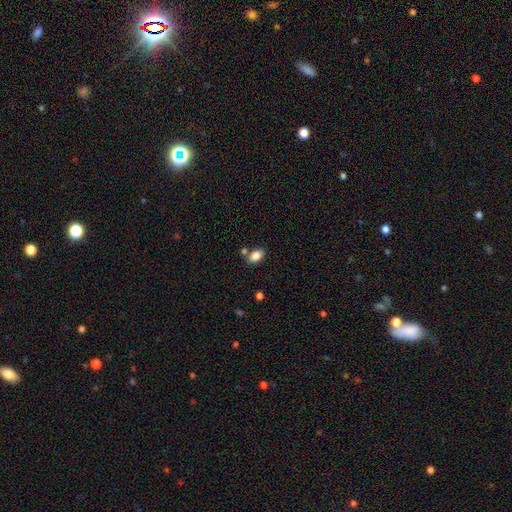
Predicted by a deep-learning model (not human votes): Smooth or featured? Predicted: smooth (p=0.85). How rounded? Predicted: in between (p=0.88). Merging? Predicted: none (p=0.71).